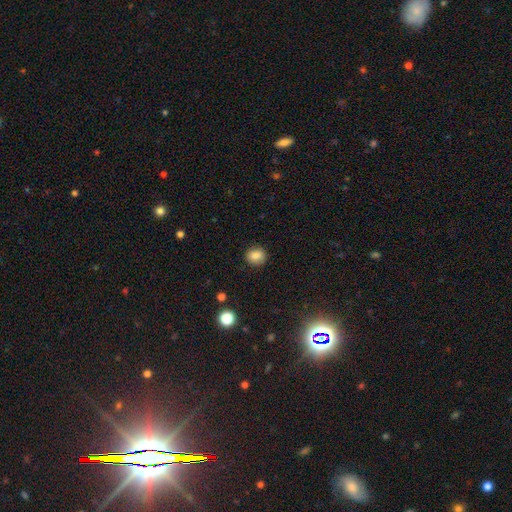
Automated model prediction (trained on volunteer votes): smooth-or-featured: smooth: 85% | star or artifact: 10% | featured or disk: 5%
  how-rounded: round: 78% | in between: 21% | cigar-shaped: 1%
  merging: none: 89% | minor disturbance: 7% | major disturbance: 2% | merger: 1%